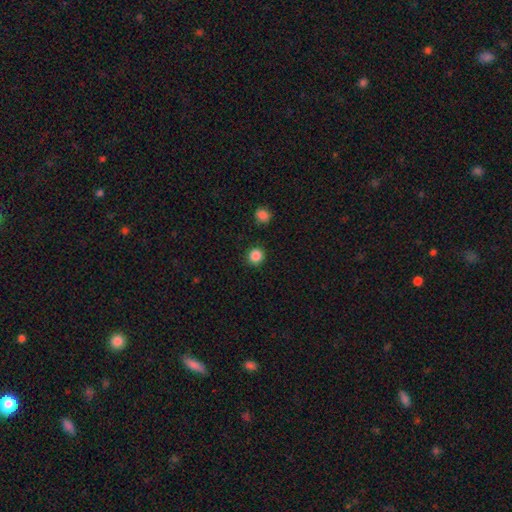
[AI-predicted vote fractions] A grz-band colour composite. It shows a smooth galaxy with no disk features (87%) that is round (92%). Merging: none (91%).